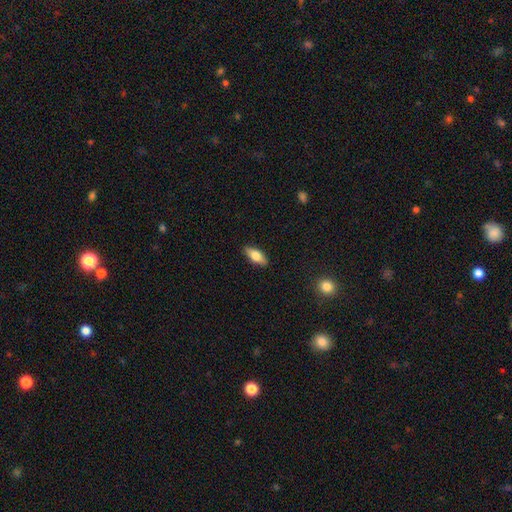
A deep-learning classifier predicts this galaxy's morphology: type=smooth (72%); roundness=in between (76%); merging=none (89%).